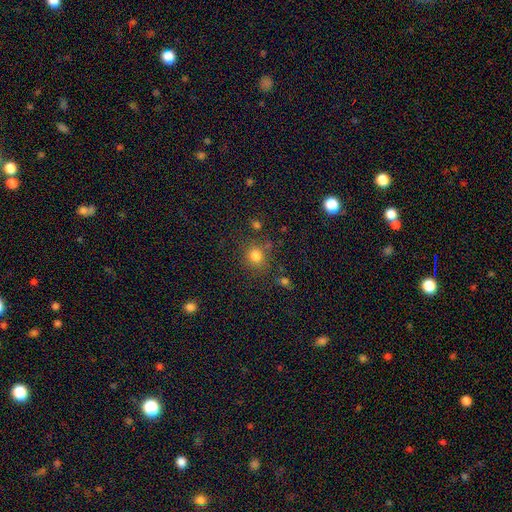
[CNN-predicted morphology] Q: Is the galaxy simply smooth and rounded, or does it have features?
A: smooth — 80%.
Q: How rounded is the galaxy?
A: round — 82%.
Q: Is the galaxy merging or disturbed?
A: none — 75%.